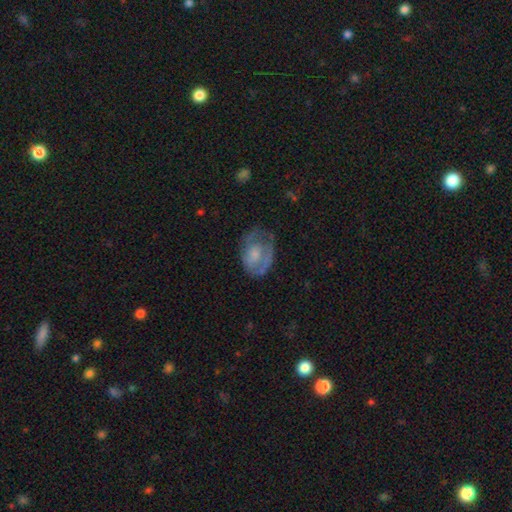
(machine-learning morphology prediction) This is possibly a featured or disk galaxy (48%). Merging: possibly none (45%).